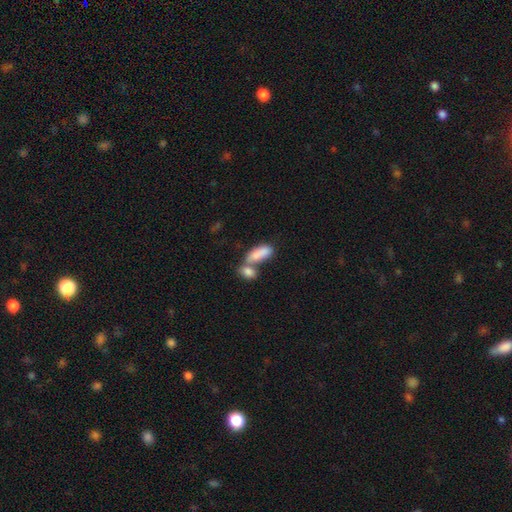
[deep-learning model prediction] This appears to be a smooth galaxy with no disk features (82%) that is in between round and cigar-shaped (81%). Merging: merger (60%).